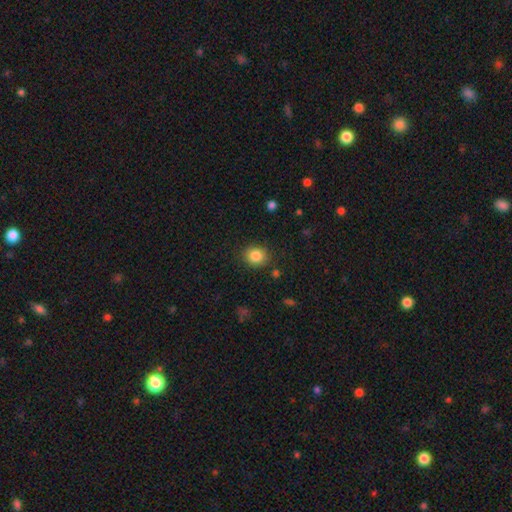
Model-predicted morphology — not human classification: This is clearly a smooth galaxy (84%). How rounded: likely round (73%). Merging: clearly none (86%).